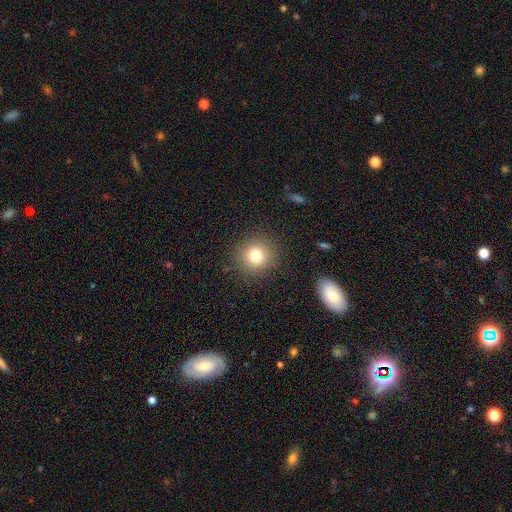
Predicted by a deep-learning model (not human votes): smooth_or_featured: smooth (p=0.79) [alt: star or artifact p=0.12]
how_rounded: round (p=0.91) [alt: in between p=0.08]
merging: none (p=0.89) [alt: minor disturbance p=0.07]